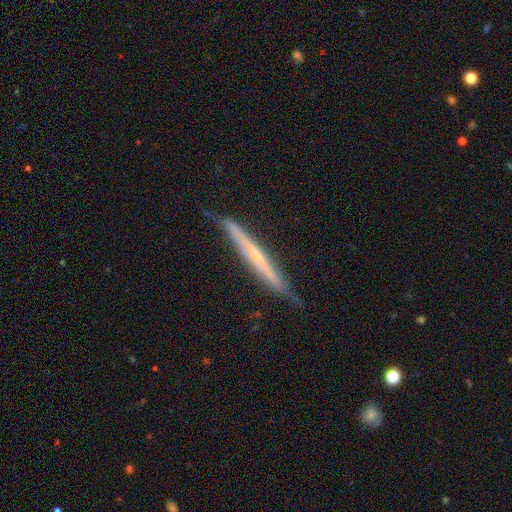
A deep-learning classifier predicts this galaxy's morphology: The model was most divided on "edge-on bulge": none: 55%, rounded: 40%, boxy: 5%. More confident: edge-on disk — yes (94%); merging — none (78%); smooth or featured — featured or disk (67%).